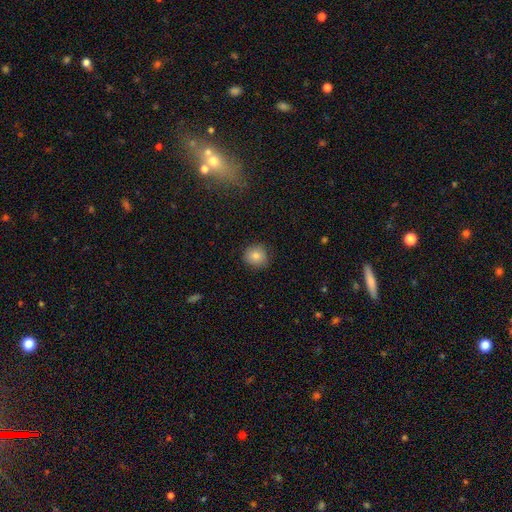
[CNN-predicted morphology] Smooth or featured: smooth — 81% (star or artifact — 10%)
How rounded: round — 89% (in between — 10%)
Merging: none — 86% (minor disturbance — 10%)